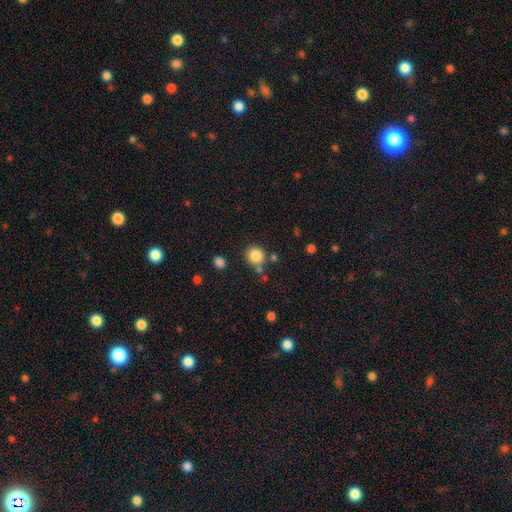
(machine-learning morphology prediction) The model was most divided on "merging": none: 77%, merger: 10%, minor disturbance: 10%, major disturbance: 3%. More confident: how rounded — round (91%); smooth or featured — smooth (84%).